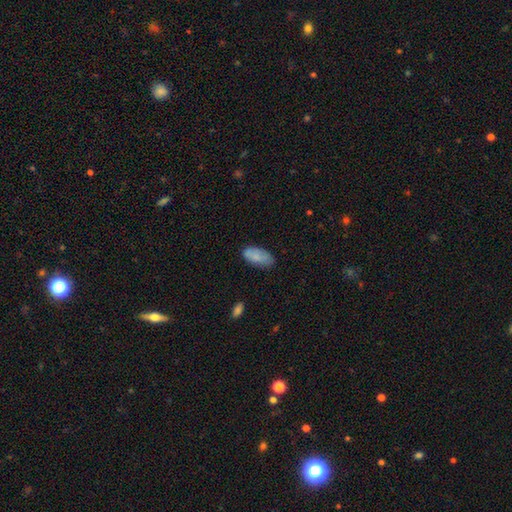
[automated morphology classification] Smooth or featured: smooth — 82% (featured or disk — 11%)
How rounded: in between — 90% (cigar-shaped — 8%)
Merging: none — 71% (minor disturbance — 23%)